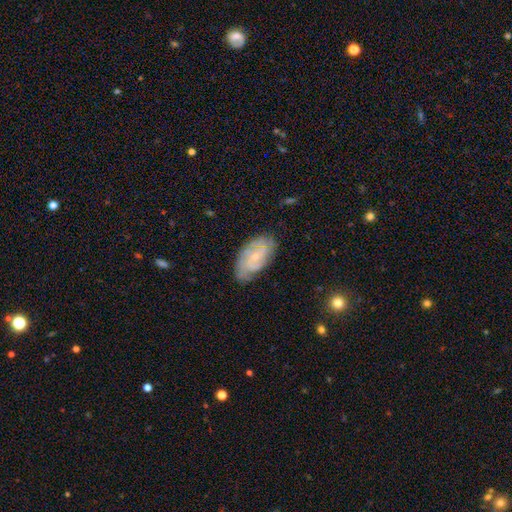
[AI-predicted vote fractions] Overall: featured or disk (72%). Edge-on disk: no (95%). Bar: no (65%; weak 30%). Spiral arms: yes (89%). Spiral arm count: 2 (37%; can't tell 36%). Spiral winding: tight (58%; medium 32%). Bulge size: small (74%). Merging: none (71%).